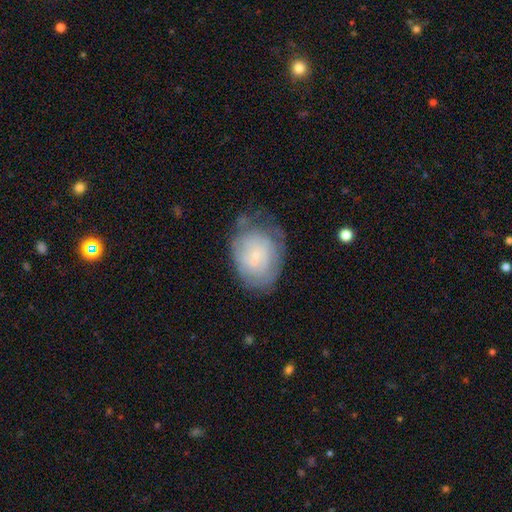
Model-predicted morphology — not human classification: This is possibly a featured or disk galaxy (50%). Merging: possibly none (51%).